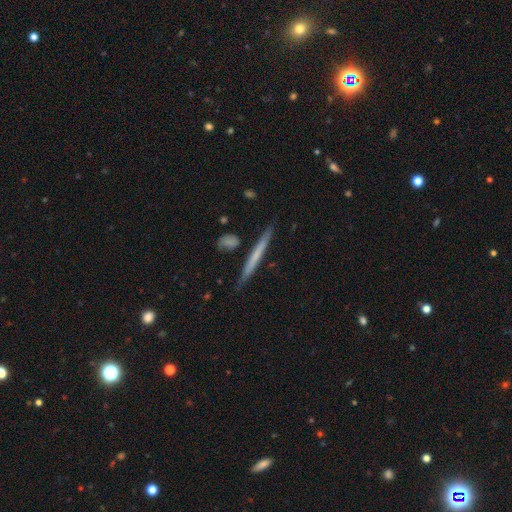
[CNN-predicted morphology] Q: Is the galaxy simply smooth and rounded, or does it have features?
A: smooth — 51%.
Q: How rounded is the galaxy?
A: cigar-shaped — 97%.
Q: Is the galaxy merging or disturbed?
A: none — 87%.